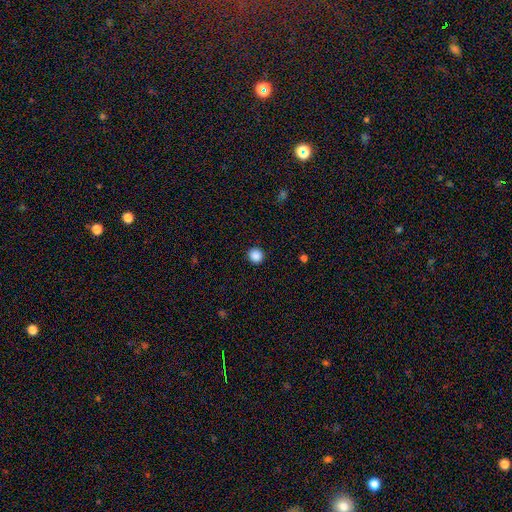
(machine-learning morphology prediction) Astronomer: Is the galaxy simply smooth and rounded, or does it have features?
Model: smooth — 88%.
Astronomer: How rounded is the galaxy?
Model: round — 93%.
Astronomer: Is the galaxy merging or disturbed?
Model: none — 93%.